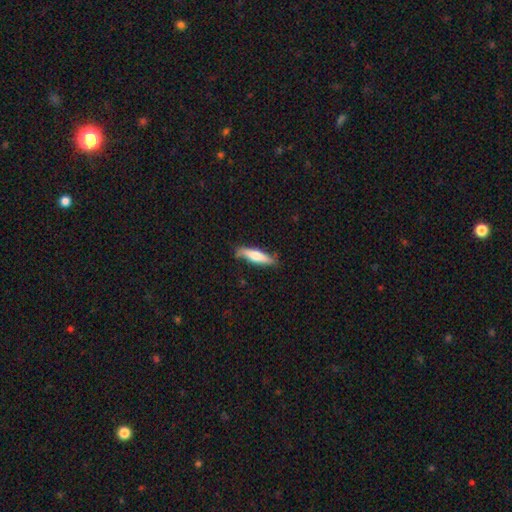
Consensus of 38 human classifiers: smooth 68%, featured or disk 32%, star or artifact 0%. Down the decision tree: how rounded — cigar-shaped (69%); merging — none (79%).